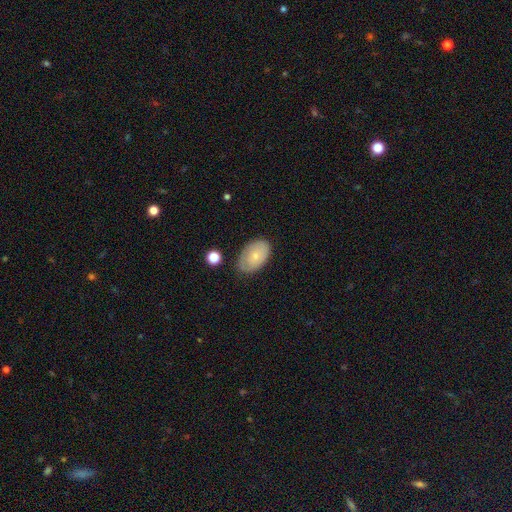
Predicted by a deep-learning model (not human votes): Overall: smooth (68%). How rounded: in between (91%). Merging: none (72%).